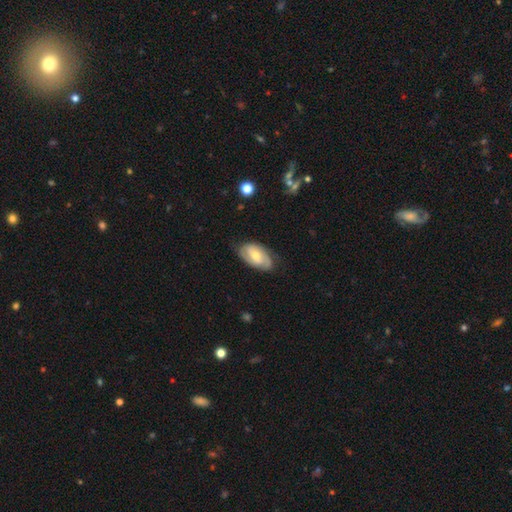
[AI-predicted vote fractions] A featured or disk galaxy (69%) with no bar (44%), 2 (67%) tight (50%) spiral arms (88%) and a moderate central bulge (60%). Merging: none (74%).